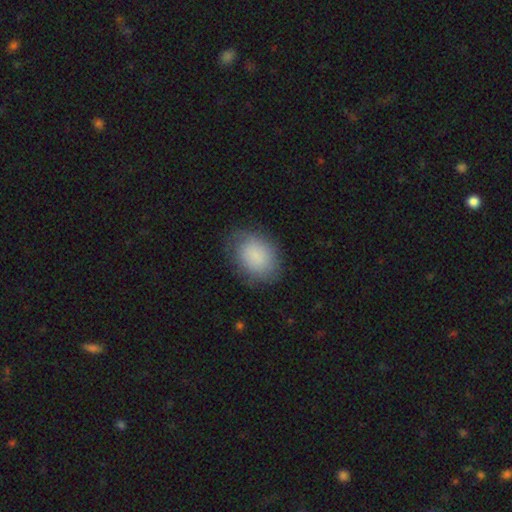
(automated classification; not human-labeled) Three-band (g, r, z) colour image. It shows a smooth galaxy with no disk features (83%) that is in between round and cigar-shaped (69%). Merging: none (72%).